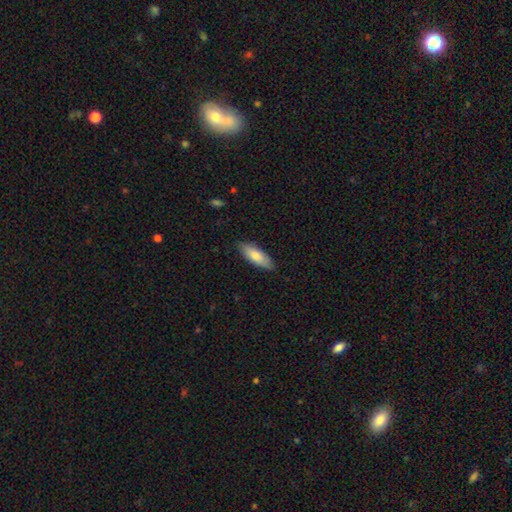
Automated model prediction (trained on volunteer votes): The model was most divided on "how rounded": in between: 64%, cigar-shaped: 34%, round: 2%. More confident: merging — none (84%); smooth or featured — smooth (78%).